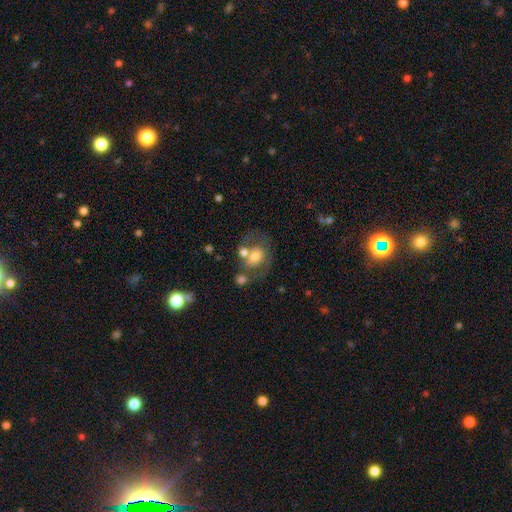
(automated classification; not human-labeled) Smooth or featured?
  - smooth: 50% *
  - featured or disk: 40%
  - star or artifact: 9%
How rounded?
  - in between: 50% *
  - round: 49%
  - cigar-shaped: 1%
Merging?
  - none: 40% *
  - merger: 31%
  - minor disturbance: 16%
  - major disturbance: 13%